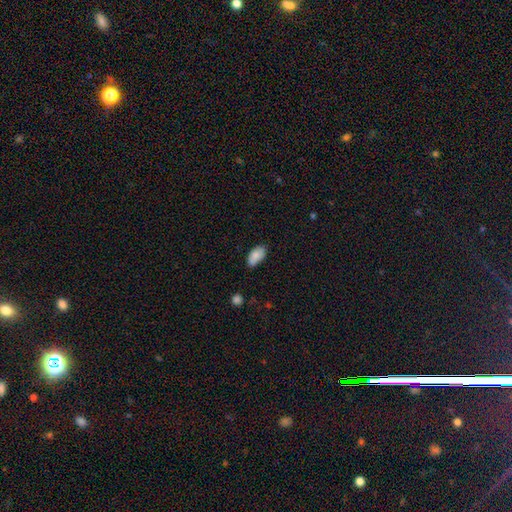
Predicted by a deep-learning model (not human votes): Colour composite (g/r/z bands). It shows a smooth galaxy with no disk features (82%) that is in between round and cigar-shaped (94%). Merging: none (69%).